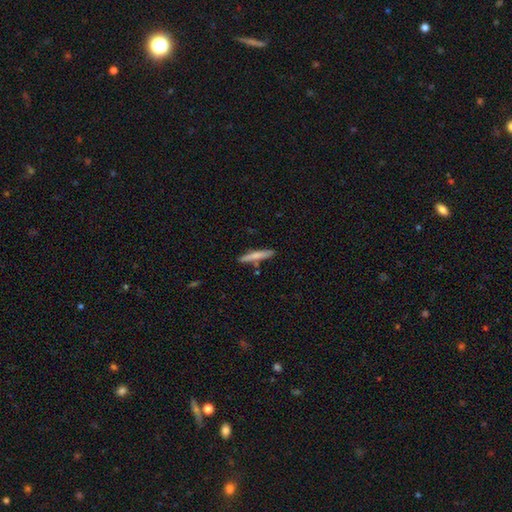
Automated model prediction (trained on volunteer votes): smooth-or-featured: smooth: 70% | featured or disk: 25% | star or artifact: 5%
  how-rounded: cigar-shaped: 93% | in between: 5% | round: 1%
  merging: none: 83% | minor disturbance: 10% | merger: 5% | major disturbance: 2%